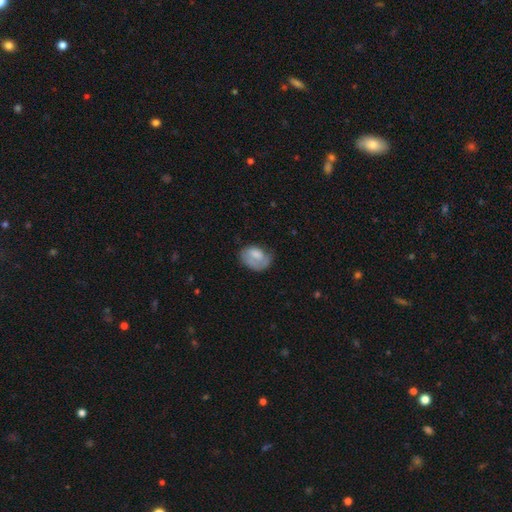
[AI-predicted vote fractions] Smooth or featured? smooth (66%)
How rounded? in between (75%)
Merging? none (45%)